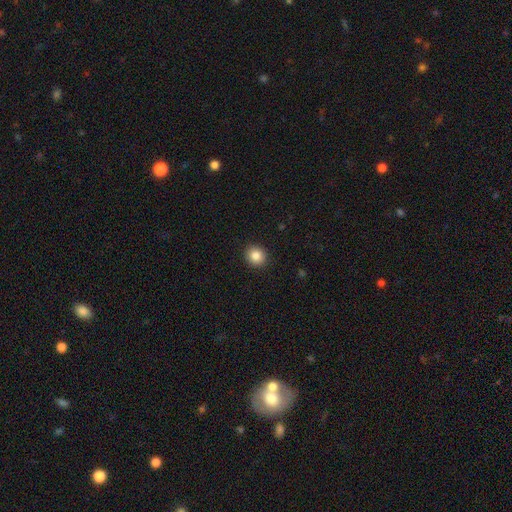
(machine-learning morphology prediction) A smooth galaxy with no disk features (85%) that is round (88%). Merging: none (92%).